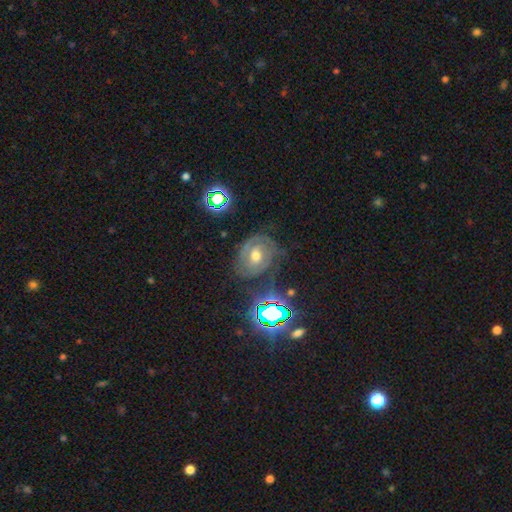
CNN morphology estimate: Smooth or featured? featured or disk (74%)
Edge-on disk? no (97%)
Bar? no (57%)
Spiral arms? yes (90%)
Spiral winding? tight (66%)
Spiral arm count? 2 (39%)
Bulge size? moderate (72%)
Merging? none (65%)